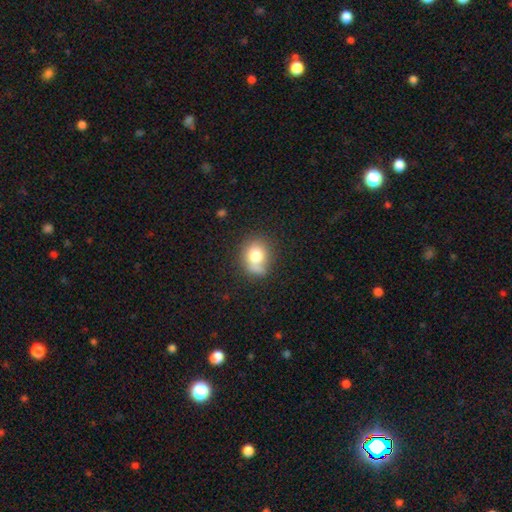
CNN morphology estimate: The model was most divided on "how rounded": round: 58%, in between: 41%, cigar-shaped: 1%. More confident: smooth or featured — smooth (76%); merging — none (52%).